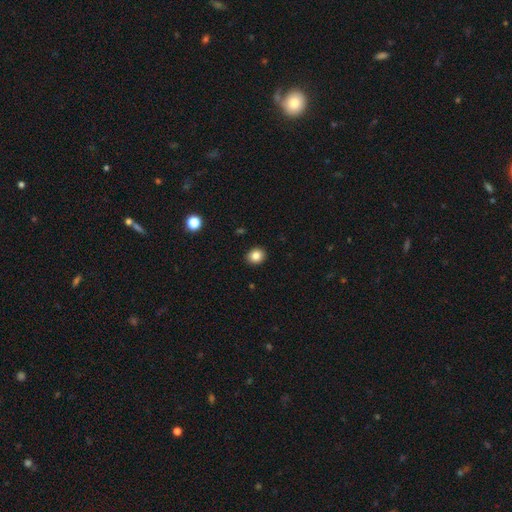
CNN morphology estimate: Smooth or featured? smooth (85%)
How rounded? round (70%)
Merging? none (92%)